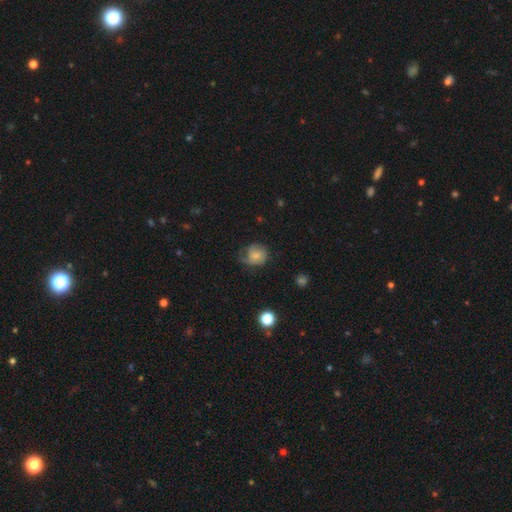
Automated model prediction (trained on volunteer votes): The model was most divided on "merging": none: 43%, minor disturbance: 31%, major disturbance: 24%, merger: 2%. More confident: how rounded — round (71%); smooth or featured — smooth (62%).